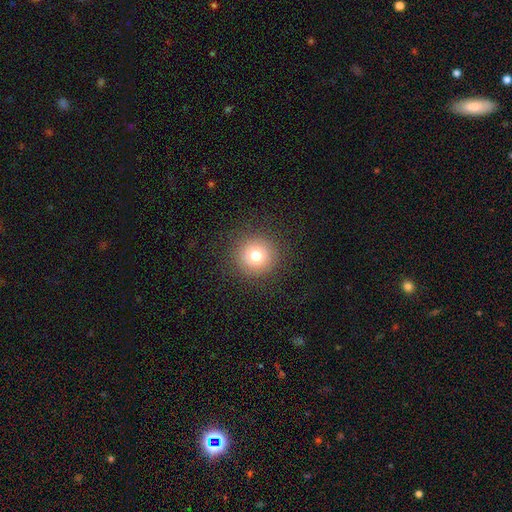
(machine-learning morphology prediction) smooth 76%, star or artifact 13%, featured or disk 11%. Down the decision tree: how rounded — round (95%); merging — none (89%).